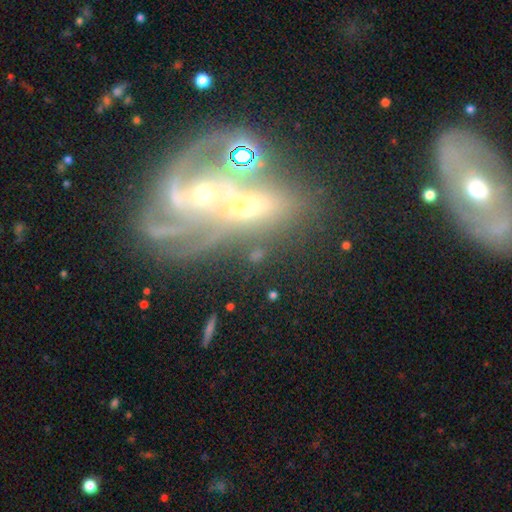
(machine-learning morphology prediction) smooth_or_featured: featured or disk (p=0.49) [alt: smooth p=0.32]
merging: merger (p=0.40) [alt: none p=0.37]